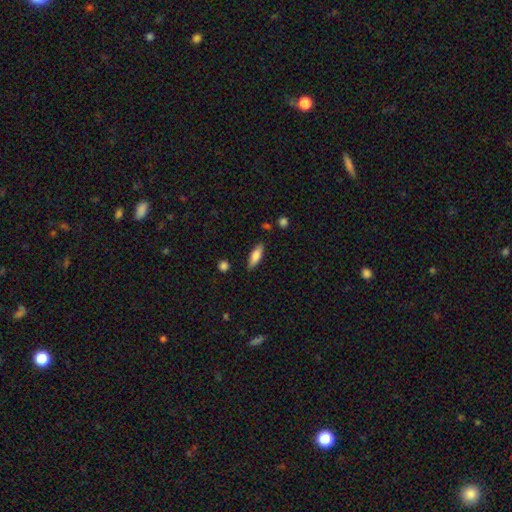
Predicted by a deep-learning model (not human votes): This appears to be a smooth galaxy with no disk features (74%) that is in between round and cigar-shaped (54%). Merging: none (84%).